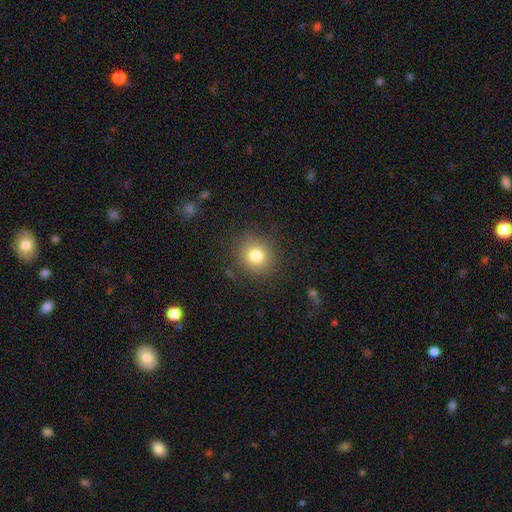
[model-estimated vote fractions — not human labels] Smooth or featured?
  - smooth: 79% *
  - star or artifact: 12%
  - featured or disk: 9%
How rounded?
  - round: 87% *
  - in between: 12%
  - cigar-shaped: 1%
Merging?
  - none: 87% *
  - minor disturbance: 8%
  - major disturbance: 3%
  - merger: 1%